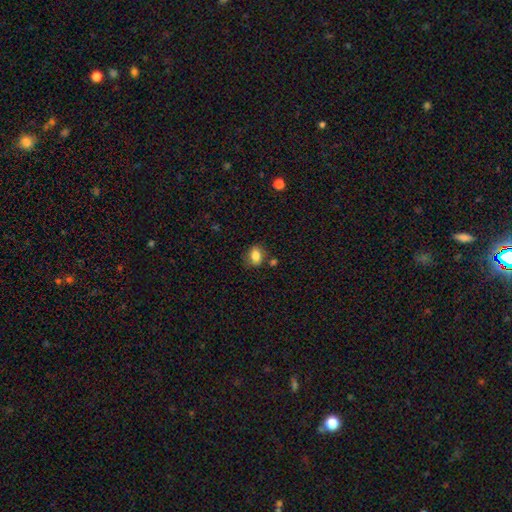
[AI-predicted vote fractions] Q: Smooth or featured?
A: smooth (83%); runner-up: star or artifact (9%)
Q: How rounded?
A: in between (63%); runner-up: round (36%)
Q: Merging?
A: none (74%); runner-up: minor disturbance (16%)